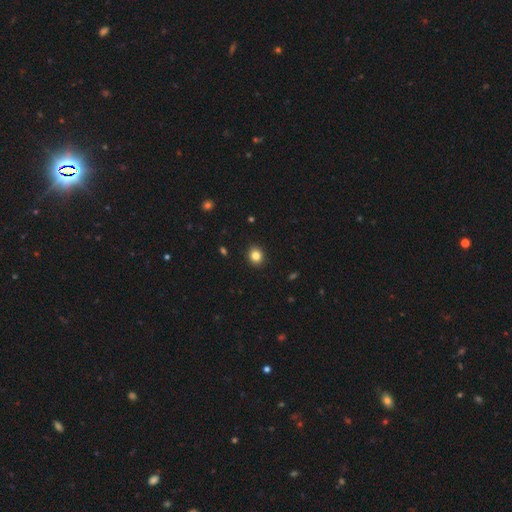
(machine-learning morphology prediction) This is clearly a smooth galaxy (84%). How rounded: likely round (72%). Merging: clearly none (91%).